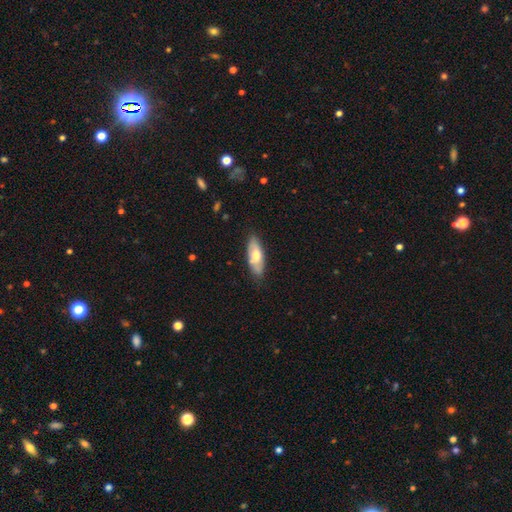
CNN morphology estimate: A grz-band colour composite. It shows a smooth galaxy with no disk features (59%) that is in between round and cigar-shaped (74%). Merging: none (78%).